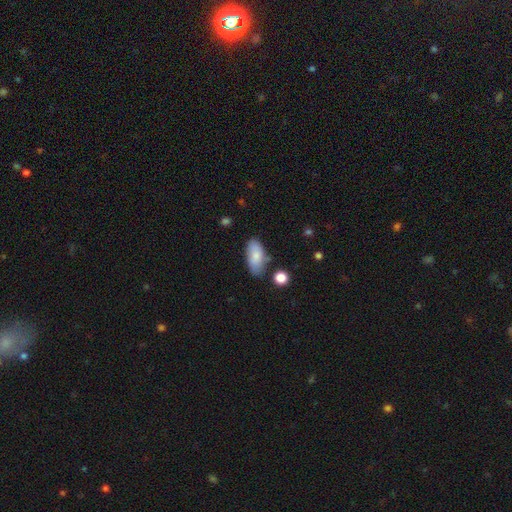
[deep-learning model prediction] A smooth galaxy with no disk features (80%) that is in between round and cigar-shaped (91%).

Vote fractions:
- Smooth or featured? smooth: 80% / featured or disk: 13% / star or artifact: 7%
- How rounded? in between: 91% / cigar-shaped: 6% / round: 3%
- Merging? none: 70% / minor disturbance: 20% / merger: 5% / major disturbance: 5%